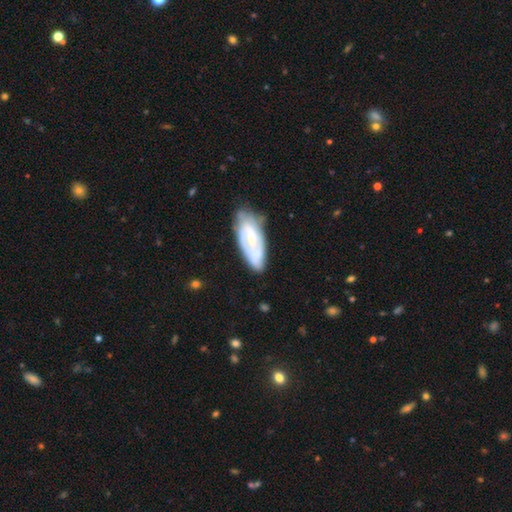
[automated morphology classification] Smooth or featured? Predicted: featured or disk (p=0.60). Edge-on disk? Predicted: no (p=0.92). Bar? Predicted: no (p=0.46). Spiral arms? Predicted: yes (p=0.68). Bulge size? Predicted: small (p=0.34). Merging? Predicted: none (p=0.54).